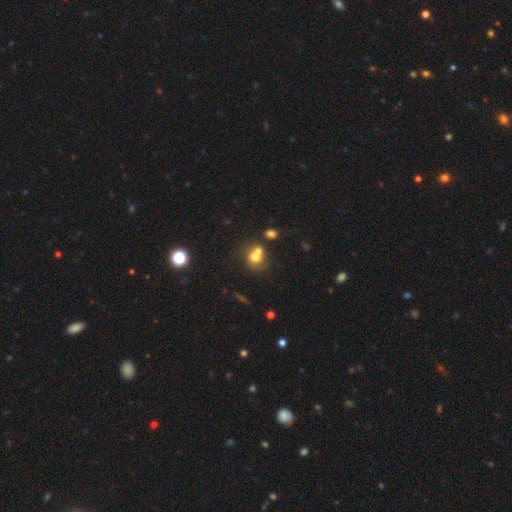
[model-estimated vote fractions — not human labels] Smooth or featured? Predicted: smooth (p=0.68). How rounded? Predicted: round (p=0.71). Merging? Predicted: merger (p=0.55).